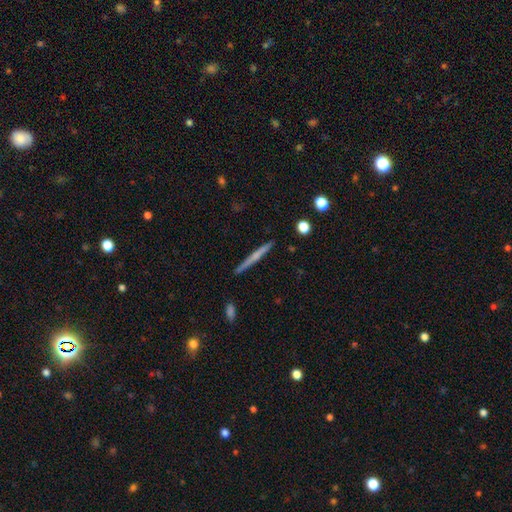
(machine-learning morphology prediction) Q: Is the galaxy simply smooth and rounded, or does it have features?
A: featured or disk — 54%.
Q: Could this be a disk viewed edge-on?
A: yes — 98%.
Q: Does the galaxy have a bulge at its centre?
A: none — 56%.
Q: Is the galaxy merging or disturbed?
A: none — 91%.